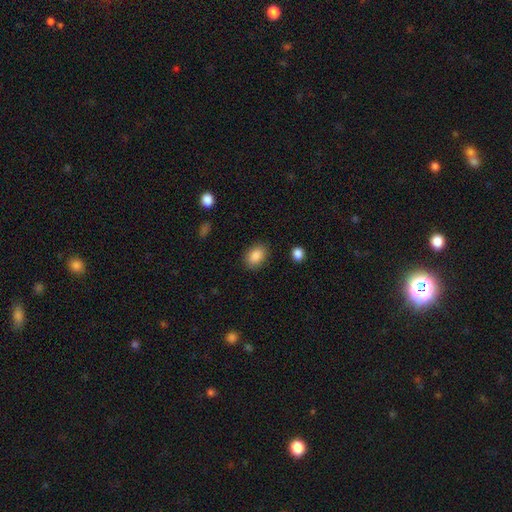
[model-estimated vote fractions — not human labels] smooth-or-featured: smooth: 88% | star or artifact: 8% | featured or disk: 4%
  how-rounded: in between: 77% | round: 22% | cigar-shaped: 1%
  merging: none: 85% | minor disturbance: 10% | major disturbance: 3% | merger: 1%